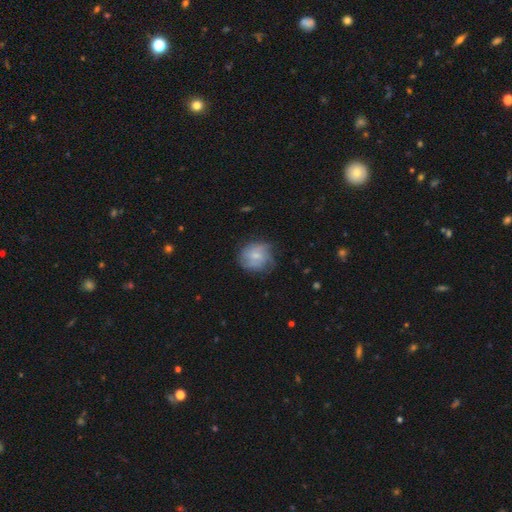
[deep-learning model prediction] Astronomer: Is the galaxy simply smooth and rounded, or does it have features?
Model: smooth — 51% (runner-up: featured or disk, 41%).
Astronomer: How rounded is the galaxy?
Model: round — 83%.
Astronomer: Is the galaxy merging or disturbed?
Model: none — 63%.